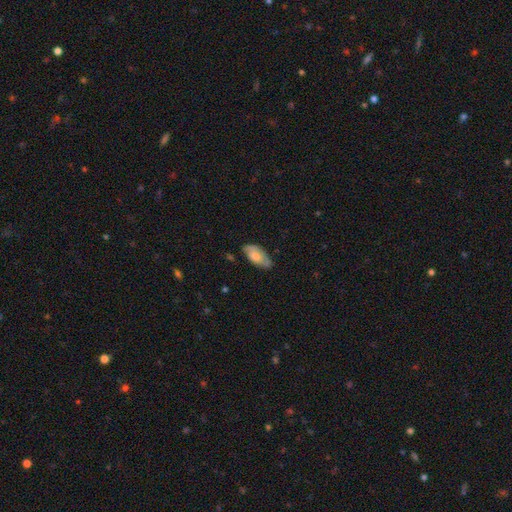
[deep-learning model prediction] Q: Smooth or featured?
A: smooth (59%); runner-up: featured or disk (35%)
Q: How rounded?
A: in between (91%); runner-up: cigar-shaped (6%)
Q: Merging?
A: none (67%); runner-up: minor disturbance (26%)